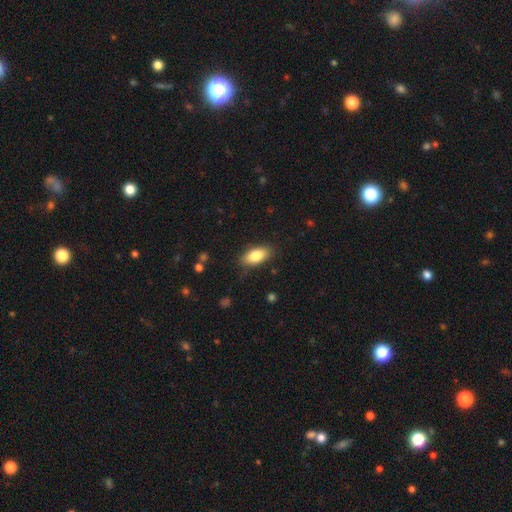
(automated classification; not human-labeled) The model was most divided on "smooth or featured": smooth: 83%, featured or disk: 10%, star or artifact: 7%. More confident: how rounded — in between (87%); merging — none (85%).